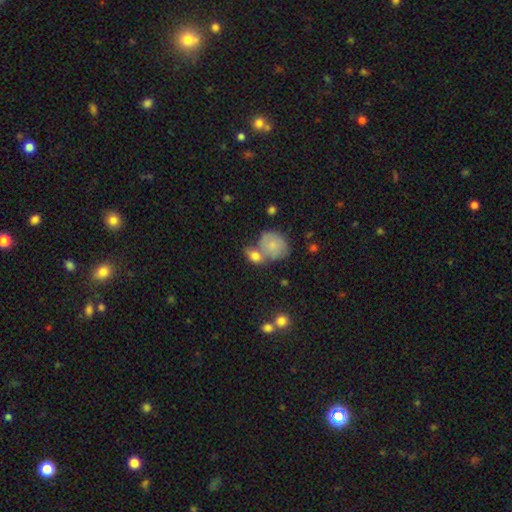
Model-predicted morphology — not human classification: Overall: smooth (73%). How rounded: in between (63%; round 34%). Merging: merger (48%; none 33%).